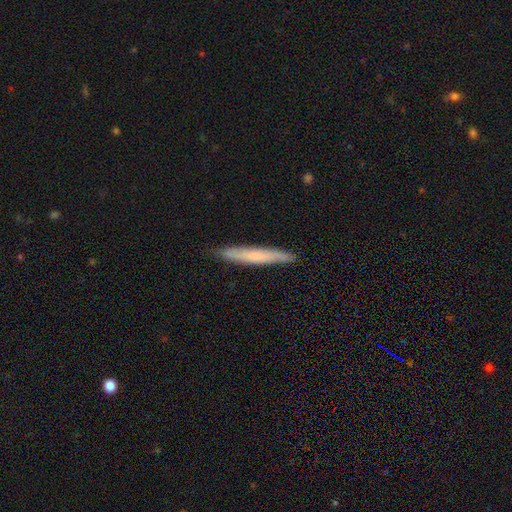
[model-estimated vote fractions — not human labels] A smooth galaxy with no disk features (58%) that is cigar-shaped (96%).

Vote fractions:
- Smooth or featured? smooth: 58% / featured or disk: 36% / star or artifact: 6%
- How rounded? cigar-shaped: 96% / in between: 3% / round: 1%
- Merging? none: 88% / minor disturbance: 9% / major disturbance: 1% / merger: 1%